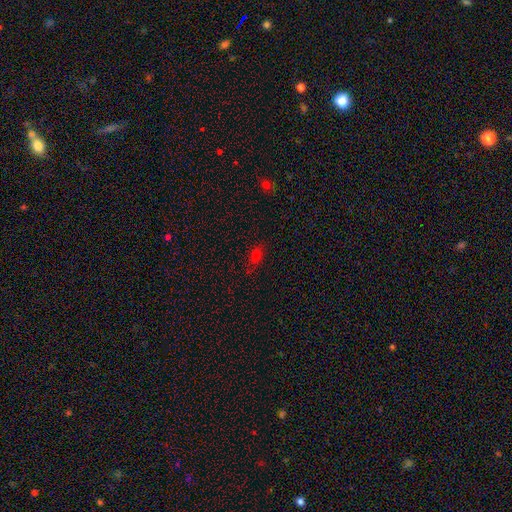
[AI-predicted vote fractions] The model was most divided on "smooth or featured": smooth: 67%, star or artifact: 20%, featured or disk: 12%. More confident: merging — none (77%); how rounded — in between (75%).